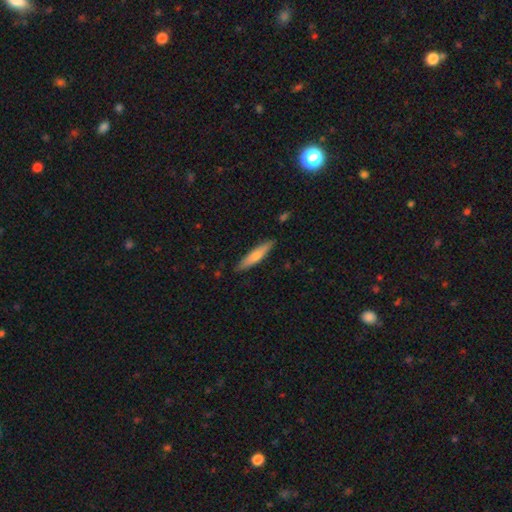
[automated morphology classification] A smooth galaxy with no disk features (59%) that is cigar-shaped (86%). Merging: none (88%).